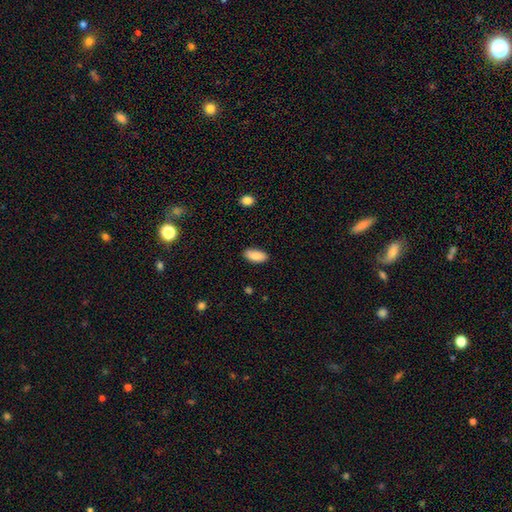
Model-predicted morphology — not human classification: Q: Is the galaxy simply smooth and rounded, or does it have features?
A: smooth — 89%.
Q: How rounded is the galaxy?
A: in between — 91%.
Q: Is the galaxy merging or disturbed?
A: none — 87%.